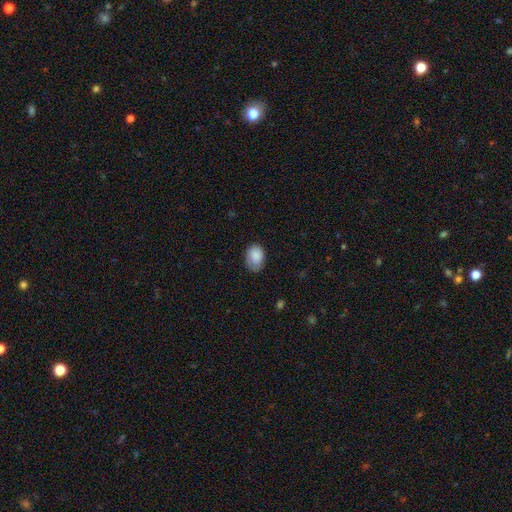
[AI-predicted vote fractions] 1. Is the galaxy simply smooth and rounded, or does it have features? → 87% smooth, 7% star or artifact, 5% featured or disk.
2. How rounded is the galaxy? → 78% in between, 21% round, 1% cigar-shaped.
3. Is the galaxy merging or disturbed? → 64% none, 29% minor disturbance, 6% major disturbance, 1% merger.